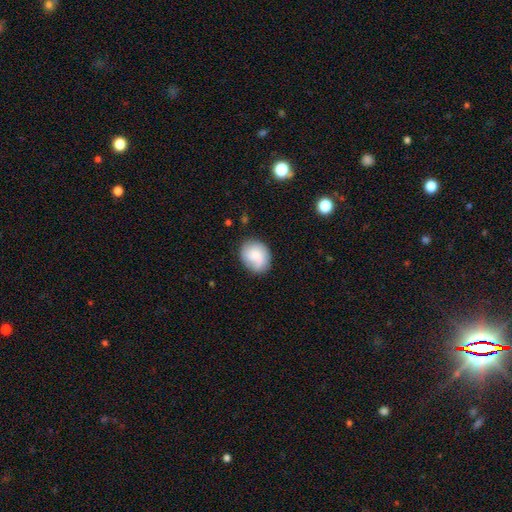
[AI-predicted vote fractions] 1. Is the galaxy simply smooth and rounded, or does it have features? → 67% smooth, 25% featured or disk, 8% star or artifact.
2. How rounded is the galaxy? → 58% round, 41% in between, 1% cigar-shaped.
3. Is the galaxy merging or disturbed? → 72% none, 20% minor disturbance, 6% major disturbance, 2% merger.